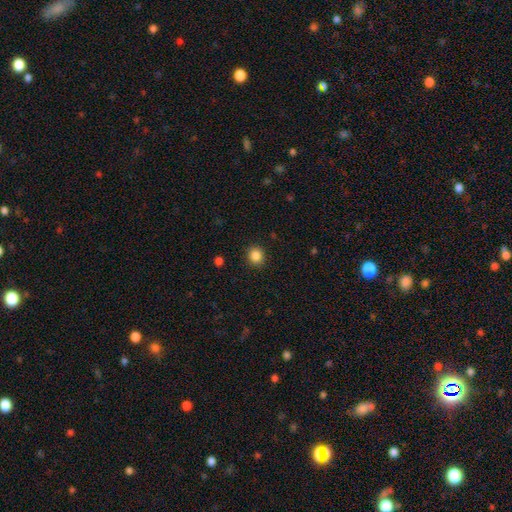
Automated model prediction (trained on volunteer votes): Smooth or featured? smooth (85%)
How rounded? round (84%)
Merging? none (91%)